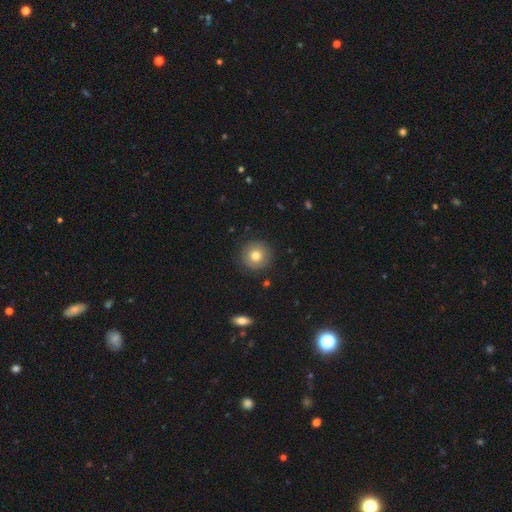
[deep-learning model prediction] smooth 78%, featured or disk 13%, star or artifact 10%. Down the decision tree: how rounded — round (94%); merging — none (88%).